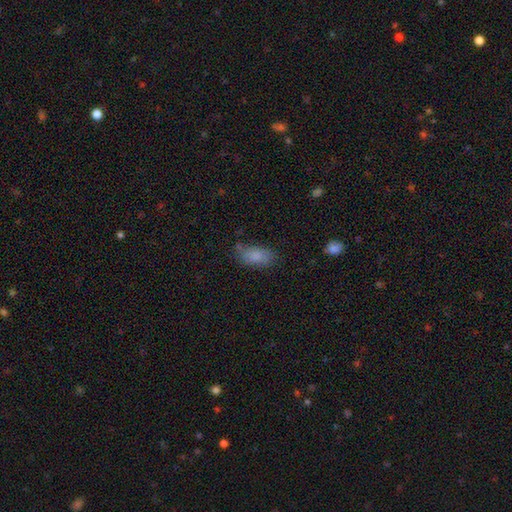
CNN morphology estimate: smooth-or-featured: smooth: 82% | featured or disk: 9% | star or artifact: 9%
  how-rounded: in between: 90% | cigar-shaped: 6% | round: 4%
  merging: none: 68% | minor disturbance: 22% | major disturbance: 6% | merger: 4%